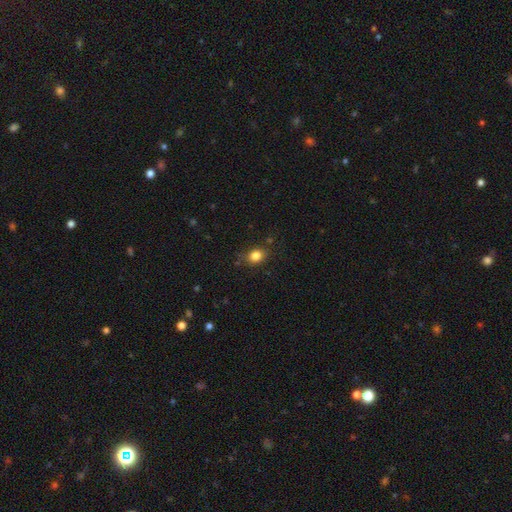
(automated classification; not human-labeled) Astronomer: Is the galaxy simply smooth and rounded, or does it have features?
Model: smooth — 83%.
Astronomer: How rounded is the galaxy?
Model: in between — 56% (runner-up: round, 43%).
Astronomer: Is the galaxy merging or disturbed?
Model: none — 80%.